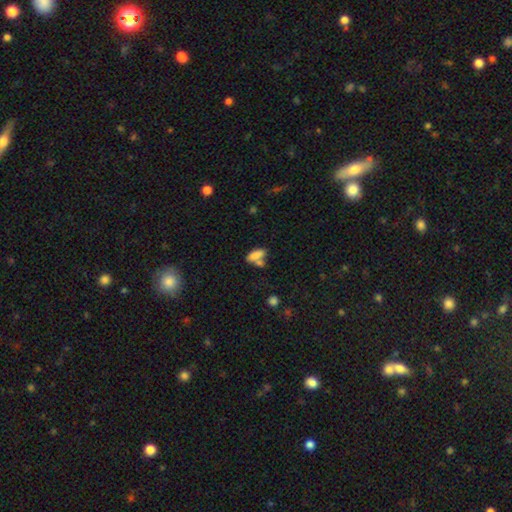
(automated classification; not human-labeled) Overall: smooth (78%). How rounded: in between (75%). Merging: merger (41%; none 39%).